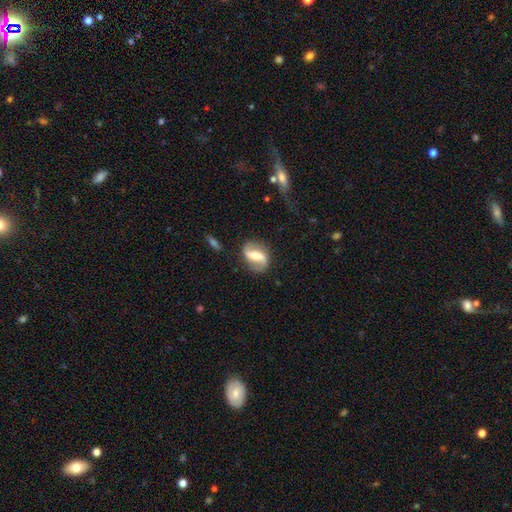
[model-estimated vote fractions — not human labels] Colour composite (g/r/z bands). It shows a featured or disk galaxy (72%) with a strong bar (53%), 2 (90%) loose (56%) spiral arms (88%) and a moderate central bulge (40%). Merging: none (78%).